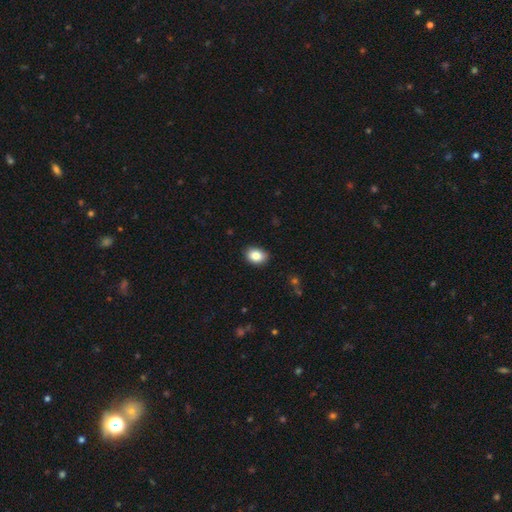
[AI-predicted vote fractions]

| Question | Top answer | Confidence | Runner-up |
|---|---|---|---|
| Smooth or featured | smooth | 87% | star or artifact (8%) |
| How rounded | in between | 75% | round (24%) |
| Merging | none | 86% | minor disturbance (11%) |